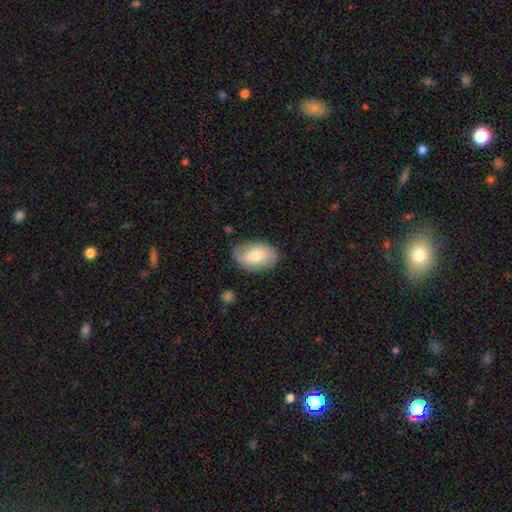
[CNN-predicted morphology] type=smooth (64%); roundness=in between (90%); merging=none (79%).